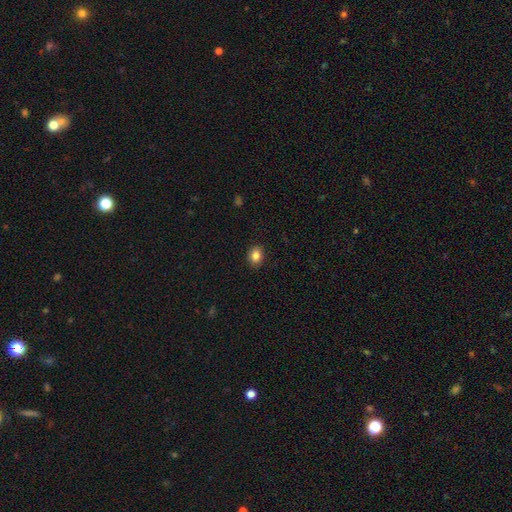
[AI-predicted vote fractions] Q: Smooth or featured?
A: smooth (85%); runner-up: star or artifact (9%)
Q: How rounded?
A: in between (59%); runner-up: round (40%)
Q: Merging?
A: none (88%); runner-up: minor disturbance (9%)